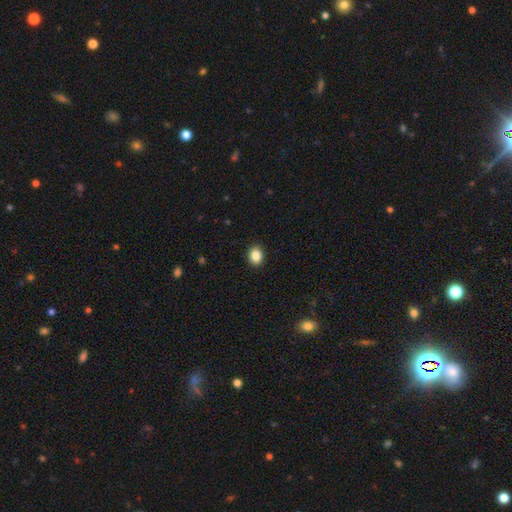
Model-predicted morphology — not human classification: smooth-or-featured: smooth: 87% | star or artifact: 9% | featured or disk: 4%
  how-rounded: in between: 56% | round: 43% | cigar-shaped: 1%
  merging: none: 91% | minor disturbance: 6% | major disturbance: 2% | merger: 1%